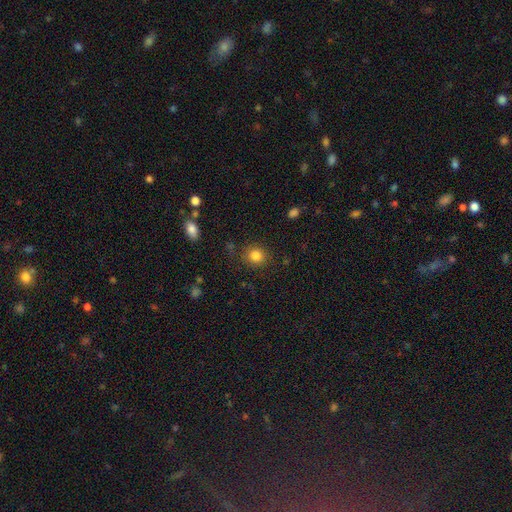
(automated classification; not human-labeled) This is clearly a smooth galaxy (83%). How rounded: clearly round (83%). Merging: clearly none (85%).